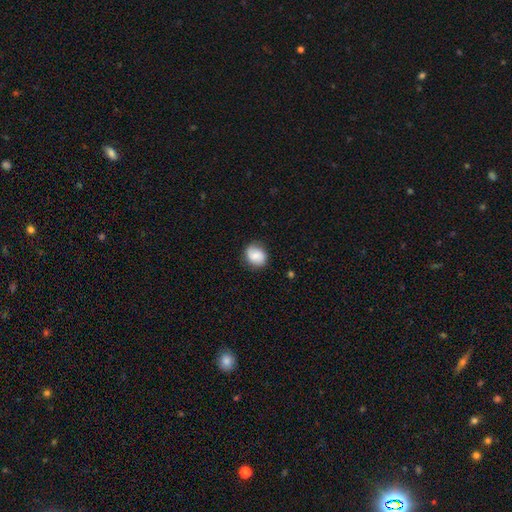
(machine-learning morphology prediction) The model was most divided on "how rounded": round: 69%, in between: 30%, cigar-shaped: 1%. More confident: merging — none (79%); smooth or featured — smooth (69%).